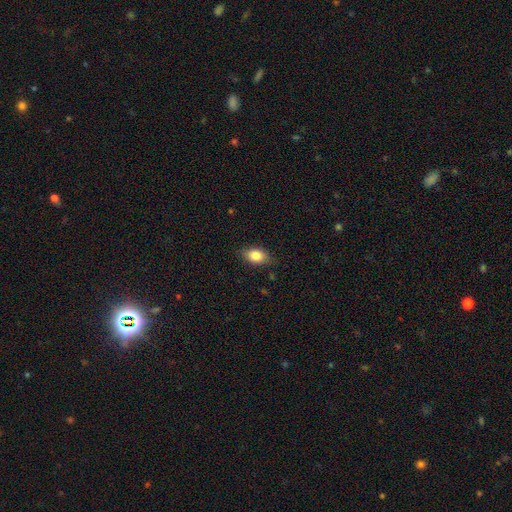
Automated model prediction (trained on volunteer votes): Smooth or featured: smooth — 83% (featured or disk — 9%)
How rounded: in between — 83% (round — 14%)
Merging: none — 83% (minor disturbance — 13%)